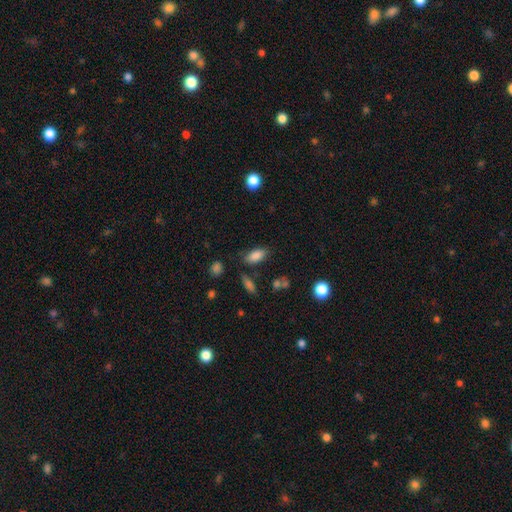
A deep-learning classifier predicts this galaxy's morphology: Smooth or featured?
  - smooth: 84% *
  - star or artifact: 9%
  - featured or disk: 7%
How rounded?
  - in between: 88% *
  - cigar-shaped: 8%
  - round: 3%
Merging?
  - none: 76% *
  - minor disturbance: 15%
  - merger: 5%
  - major disturbance: 4%